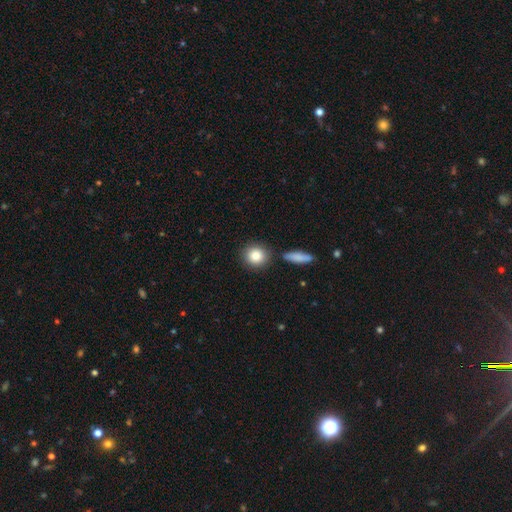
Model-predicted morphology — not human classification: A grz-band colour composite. It shows a smooth galaxy with no disk features (85%) that is round (82%). Merging: none (79%).